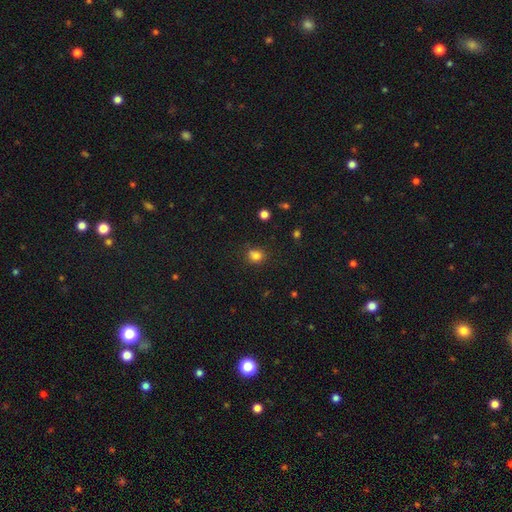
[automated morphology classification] Smooth or featured? smooth (80%)
How rounded? round (73%)
Merging? none (73%)